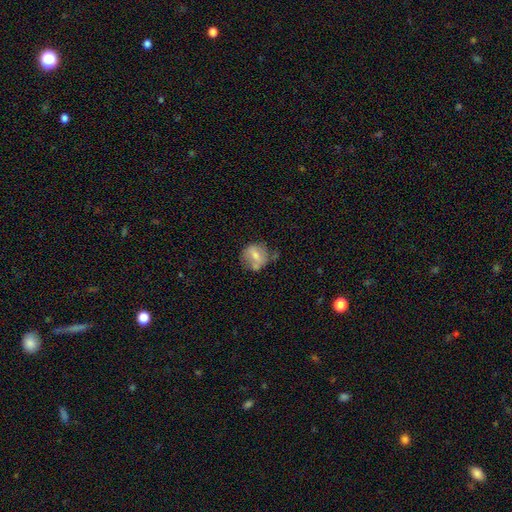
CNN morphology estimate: type=smooth (59%); roundness=round (74%); merging=none (54%).